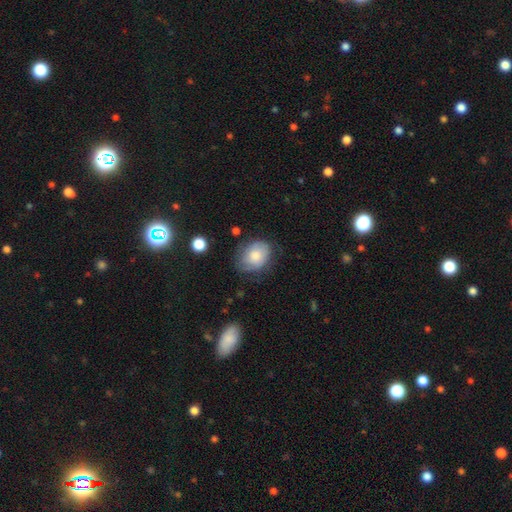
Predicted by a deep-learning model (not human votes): A smooth galaxy with no disk features (65%) that is in between round and cigar-shaped (58%). Merging: none (65%).